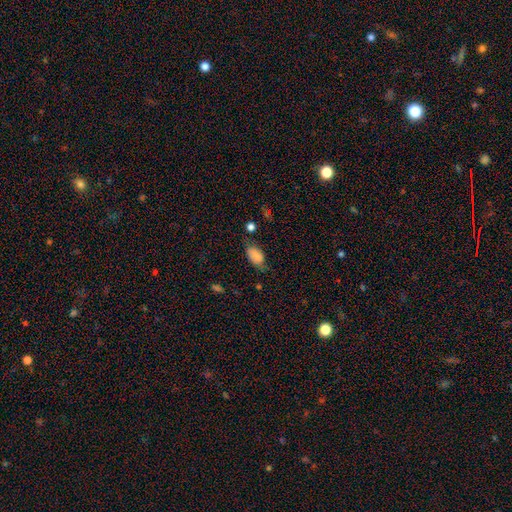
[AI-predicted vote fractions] Overall: smooth (83%). How rounded: in between (92%). Merging: none (61%; minor disturbance 28%).